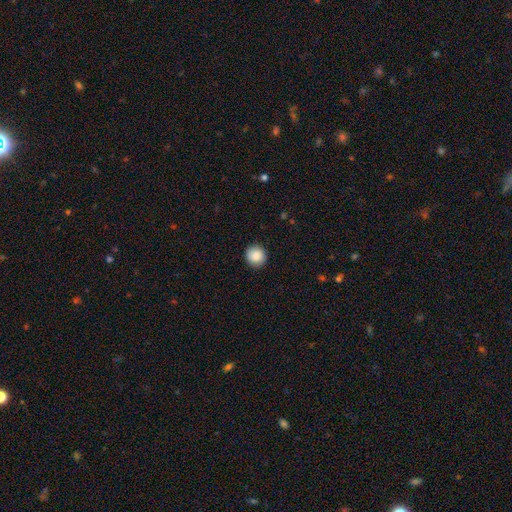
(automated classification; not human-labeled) This appears to be a smooth galaxy with no disk features (86%) that is round (93%). Merging: none (90%).